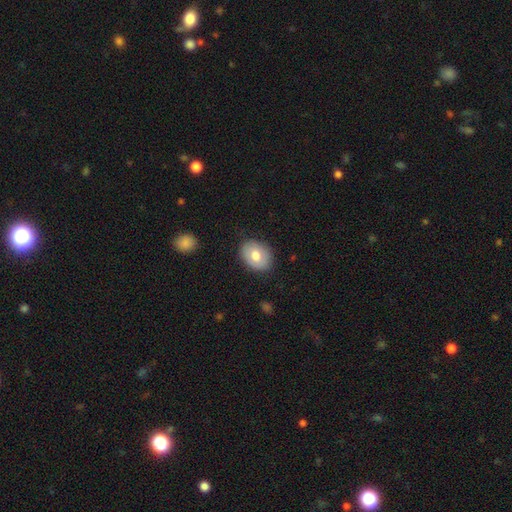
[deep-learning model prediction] Q: Smooth or featured?
A: smooth (71%); runner-up: featured or disk (22%)
Q: How rounded?
A: in between (63%); runner-up: round (36%)
Q: Merging?
A: none (85%); runner-up: minor disturbance (11%)